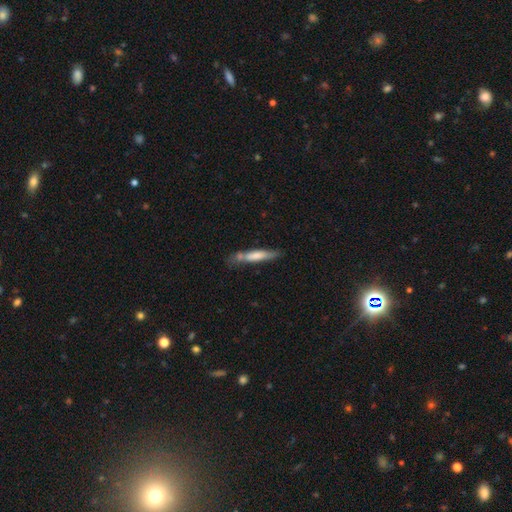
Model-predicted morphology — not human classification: smooth-or-featured: smooth: 64% | featured or disk: 30% | star or artifact: 6%
  how-rounded: cigar-shaped: 88% | in between: 11% | round: 1%
  merging: none: 55% | minor disturbance: 21% | merger: 17% | major disturbance: 7%